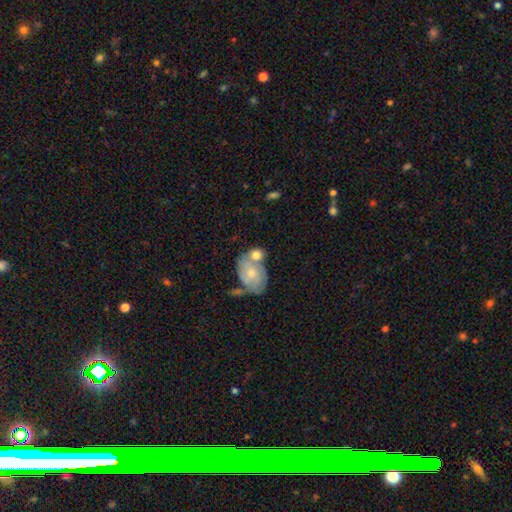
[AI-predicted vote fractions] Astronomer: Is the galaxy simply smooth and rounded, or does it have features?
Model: smooth — 53% (runner-up: featured or disk, 40%).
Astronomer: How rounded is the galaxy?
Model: in between — 60% (runner-up: round, 38%).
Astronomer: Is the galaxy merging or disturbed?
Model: merger — 45% (runner-up: none, 34%).